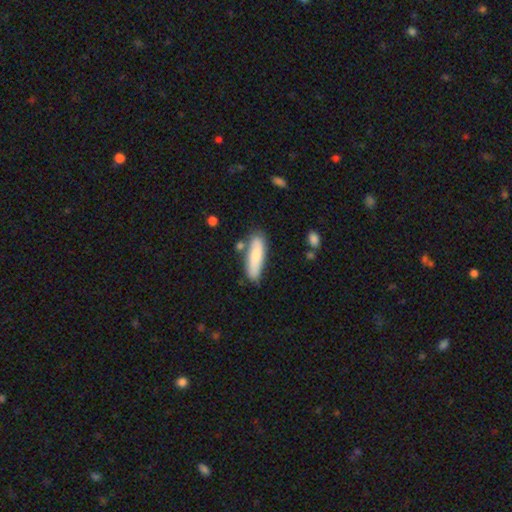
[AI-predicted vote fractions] Q: Smooth or featured?
A: smooth (75%); runner-up: featured or disk (19%)
Q: How rounded?
A: cigar-shaped (60%); runner-up: in between (39%)
Q: Merging?
A: none (72%); runner-up: minor disturbance (17%)